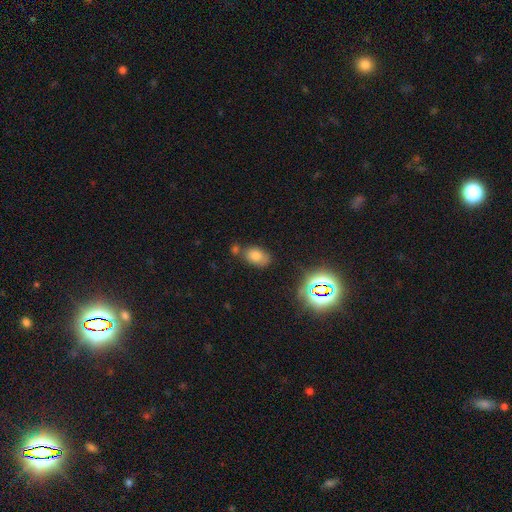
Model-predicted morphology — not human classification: Smooth or featured? smooth (73%)
How rounded? in between (85%)
Merging? none (64%)